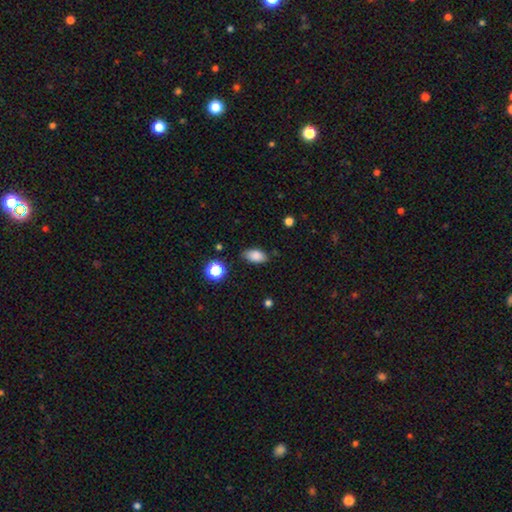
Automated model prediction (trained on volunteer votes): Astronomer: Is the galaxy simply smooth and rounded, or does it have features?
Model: smooth — 85%.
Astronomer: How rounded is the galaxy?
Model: in between — 89%.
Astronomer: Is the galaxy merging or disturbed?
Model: none — 81%.